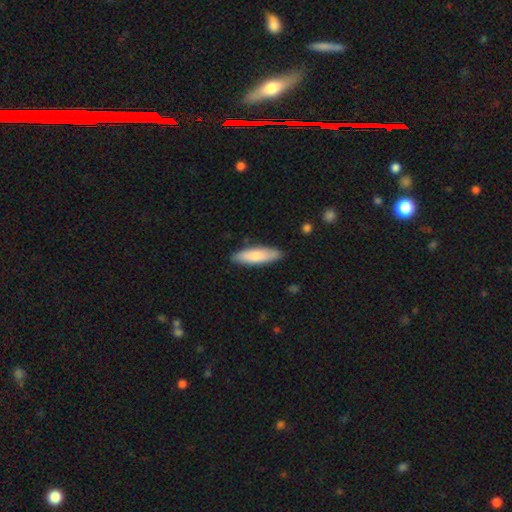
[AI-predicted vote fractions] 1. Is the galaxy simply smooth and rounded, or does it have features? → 78% smooth, 17% featured or disk, 5% star or artifact.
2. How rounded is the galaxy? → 53% cigar-shaped, 45% in between, 2% round.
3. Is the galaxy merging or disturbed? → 85% none, 12% minor disturbance, 2% major disturbance, 1% merger.